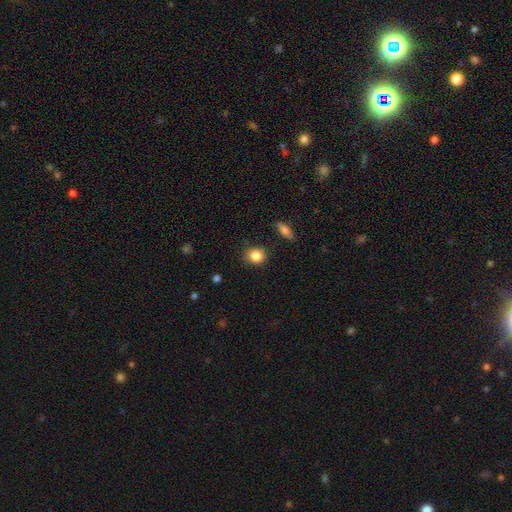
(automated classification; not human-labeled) Q: Smooth or featured?
A: smooth (85%); runner-up: star or artifact (9%)
Q: How rounded?
A: round (75%); runner-up: in between (24%)
Q: Merging?
A: none (85%); runner-up: minor disturbance (10%)